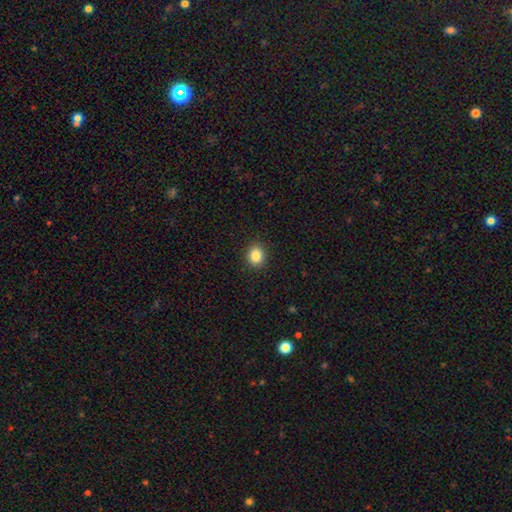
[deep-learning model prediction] smooth_or_featured: smooth (p=0.86) [alt: star or artifact p=0.10]
how_rounded: round (p=0.68) [alt: in between p=0.31]
merging: none (p=0.90) [alt: minor disturbance p=0.07]